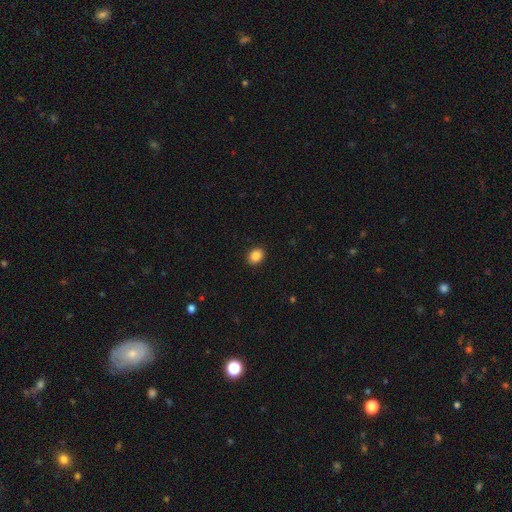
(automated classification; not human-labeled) A smooth galaxy with no disk features (88%) that is in between round and cigar-shaped (55%). Merging: none (91%).